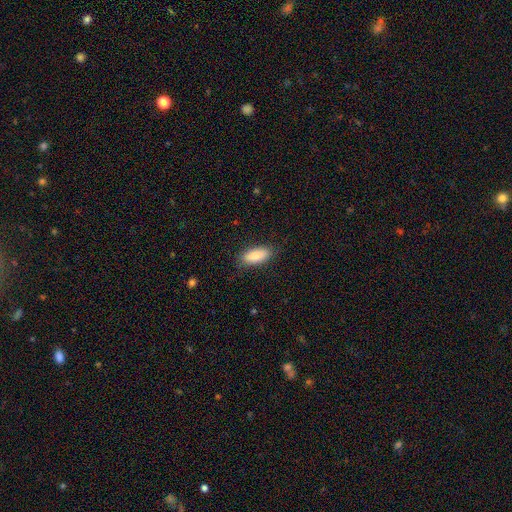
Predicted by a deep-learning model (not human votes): The model was most divided on "how rounded": in between: 80%, cigar-shaped: 18%, round: 2%. More confident: smooth or featured — smooth (88%); merging — none (84%).